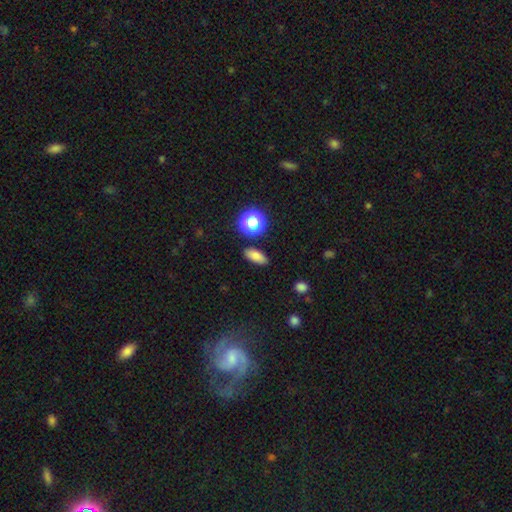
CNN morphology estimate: Smooth or featured: smooth — 80% (star or artifact — 13%)
How rounded: in between — 77% (cigar-shaped — 14%)
Merging: none — 87% (minor disturbance — 8%)